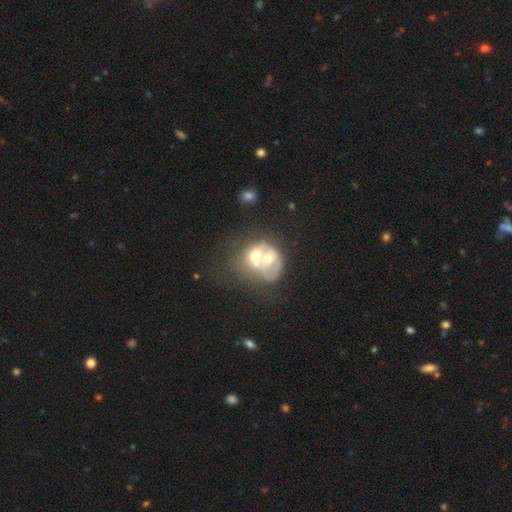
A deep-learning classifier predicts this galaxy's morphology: Smooth or featured: featured or disk — 52% (smooth — 38%)
Edge-on disk: no — 97% (yes — 3%)
Bar: no — 90% (weak — 7%)
Spiral arms: no — 88% (yes — 12%)
Bulge size: moderate — 61% (small — 14%)
Merging: merger — 70% (none — 12%)